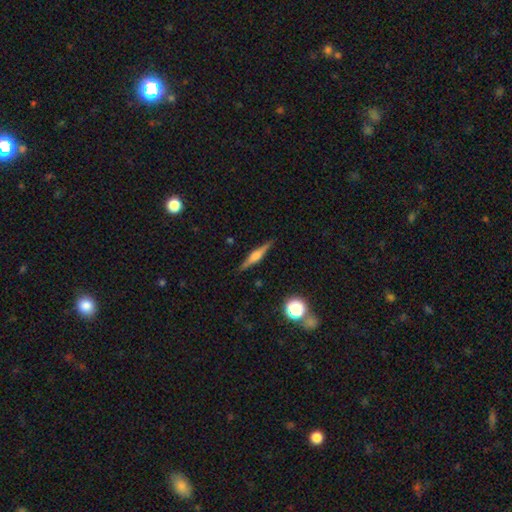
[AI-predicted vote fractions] Overall: featured or disk (68%). Edge-on disk: yes (98%). Edge-on bulge: rounded (77%). Merging: none (90%).